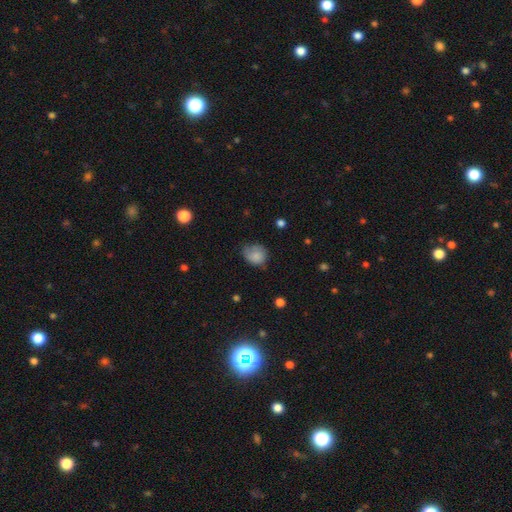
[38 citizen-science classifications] This appears to be a smooth galaxy with no disk features (74%) that is round (75%). Merging: none (50%).